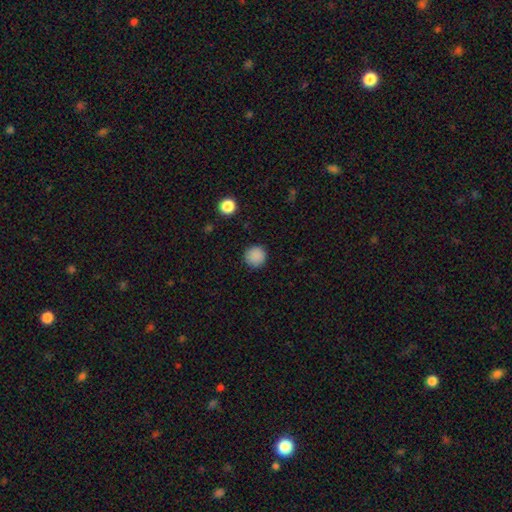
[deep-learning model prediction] A smooth galaxy with no disk features (88%) that is round (95%).

Vote fractions:
- Smooth or featured? smooth: 88% / star or artifact: 10% / featured or disk: 3%
- How rounded? round: 95% / in between: 4% / cigar-shaped: 1%
- Merging? none: 91% / minor disturbance: 6% / major disturbance: 2% / merger: 1%